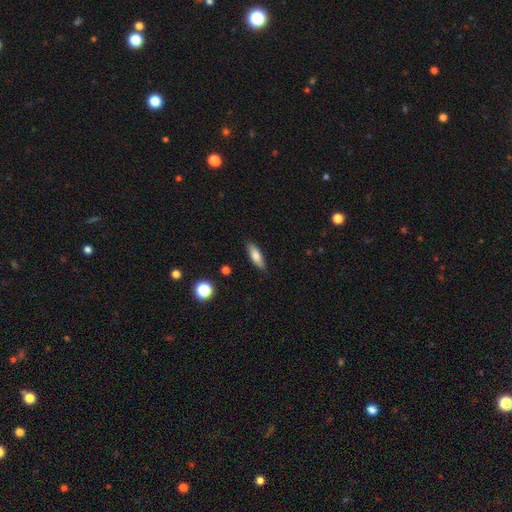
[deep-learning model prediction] Smooth or featured?
  - smooth: 75% *
  - featured or disk: 18%
  - star or artifact: 7%
How rounded?
  - in between: 52% *
  - cigar-shaped: 45%
  - round: 3%
Merging?
  - none: 85% *
  - minor disturbance: 11%
  - major disturbance: 2%
  - merger: 1%